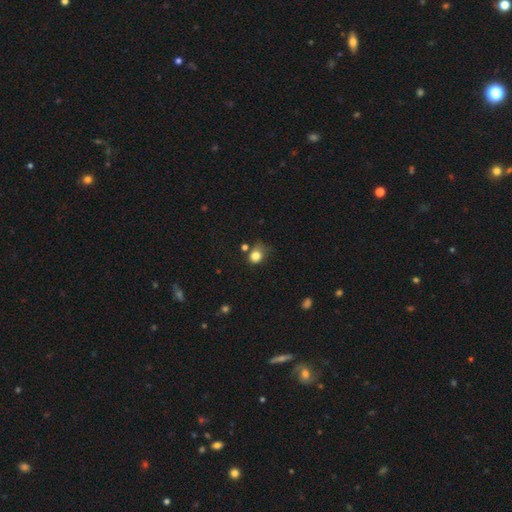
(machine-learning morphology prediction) This appears to be a smooth galaxy with no disk features (82%) that is round (64%). Merging: none (45%).